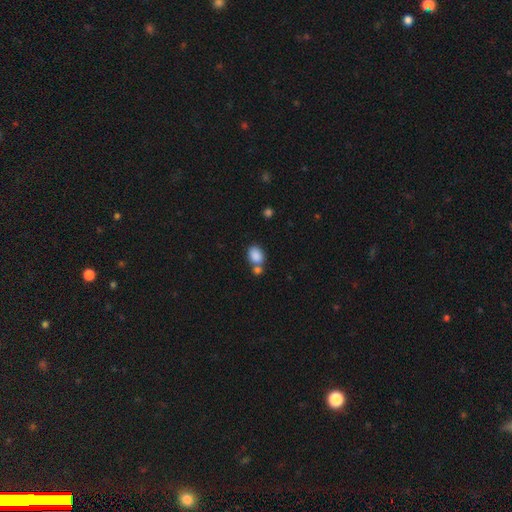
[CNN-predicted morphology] Overall: smooth (86%). How rounded: in between (69%; round 30%). Merging: none (47%; merger 38%).